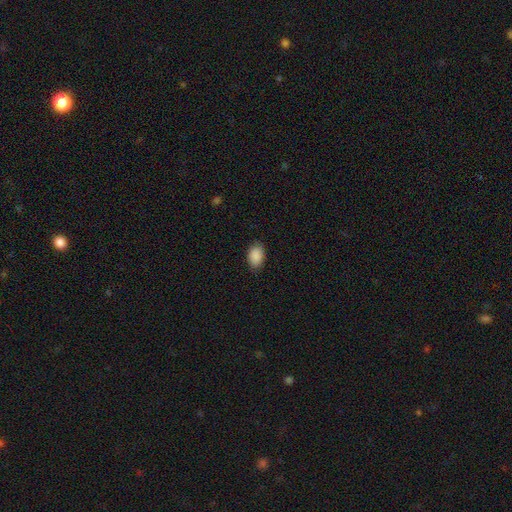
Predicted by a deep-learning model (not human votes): Smooth or featured? Predicted: smooth (p=0.90). How rounded? Predicted: in between (p=0.89). Merging? Predicted: none (p=0.85).